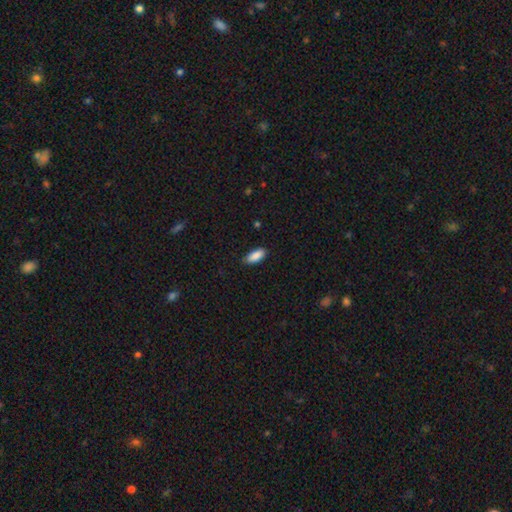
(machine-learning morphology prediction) A smooth galaxy with no disk features (89%) that is in between round and cigar-shaped (88%).

Vote fractions:
- Smooth or featured? smooth: 89% / star or artifact: 6% / featured or disk: 4%
- How rounded? in between: 88% / cigar-shaped: 10% / round: 2%
- Merging? none: 84% / minor disturbance: 13% / major disturbance: 2% / merger: 1%